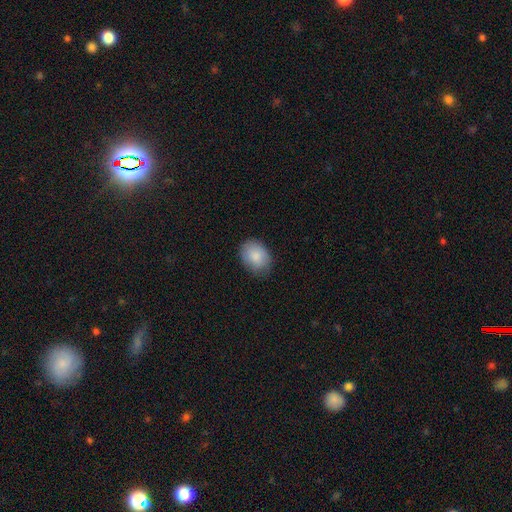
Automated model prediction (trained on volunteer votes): Q: Smooth or featured?
A: smooth (86%); runner-up: featured or disk (8%)
Q: How rounded?
A: in between (67%); runner-up: round (32%)
Q: Merging?
A: none (78%); runner-up: minor disturbance (18%)